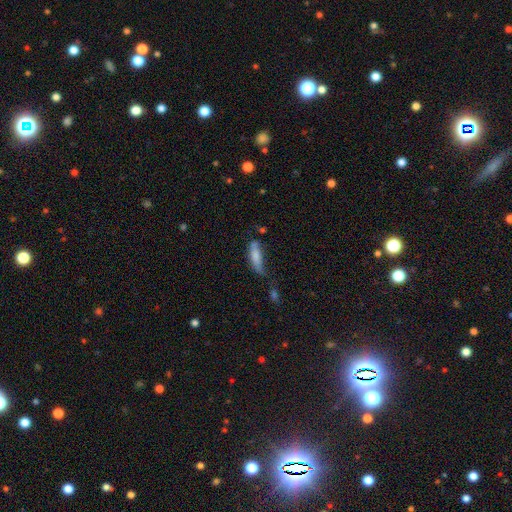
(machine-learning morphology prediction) Smooth or featured? smooth (73%)
How rounded? in between (52%)
Merging? none (35%)